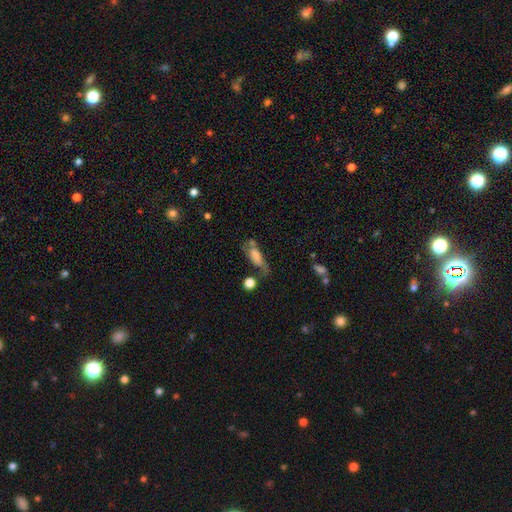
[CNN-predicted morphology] smooth 59%, featured or disk 32%, star or artifact 9%. Down the decision tree: how rounded — in between (69%); merging — none (33%).